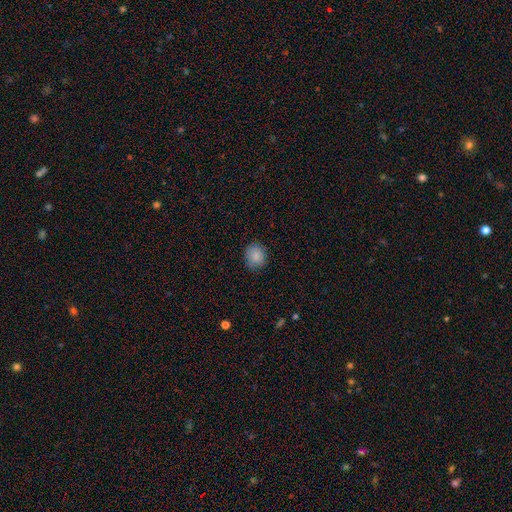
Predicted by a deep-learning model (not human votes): Smooth or featured? Predicted: smooth (p=0.87). How rounded? Predicted: round (p=0.76). Merging? Predicted: none (p=0.84).